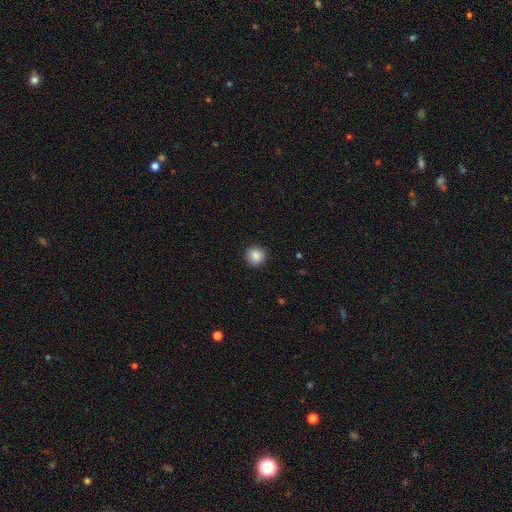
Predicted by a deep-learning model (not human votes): Smooth or featured? smooth (87%)
How rounded? round (94%)
Merging? none (91%)